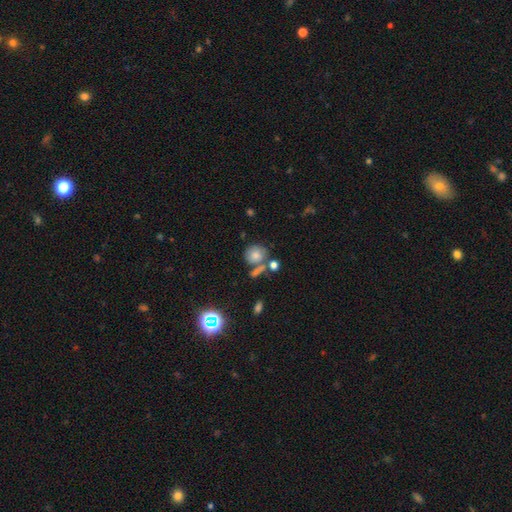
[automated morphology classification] Q: Smooth or featured?
A: smooth (73%); runner-up: featured or disk (14%)
Q: How rounded?
A: round (80%); runner-up: in between (18%)
Q: Merging?
A: none (56%); runner-up: merger (23%)